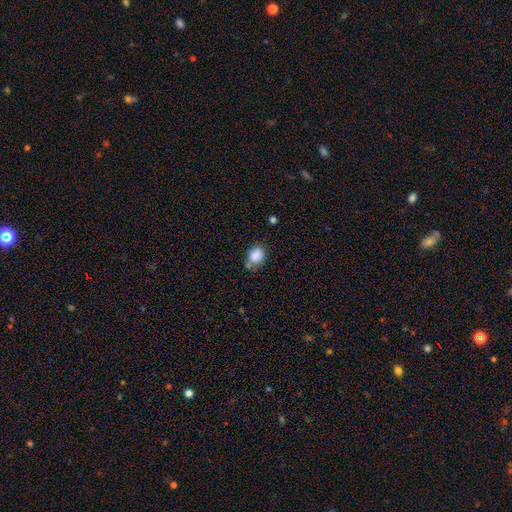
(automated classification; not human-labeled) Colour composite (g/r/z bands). It shows a smooth galaxy with no disk features (85%) that is in between round and cigar-shaped (54%). Merging: none (56%).